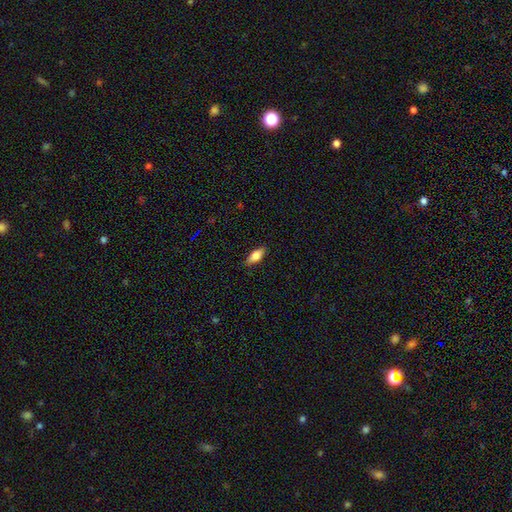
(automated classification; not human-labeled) Smooth or featured? smooth (76%)
How rounded? in between (79%)
Merging? none (83%)